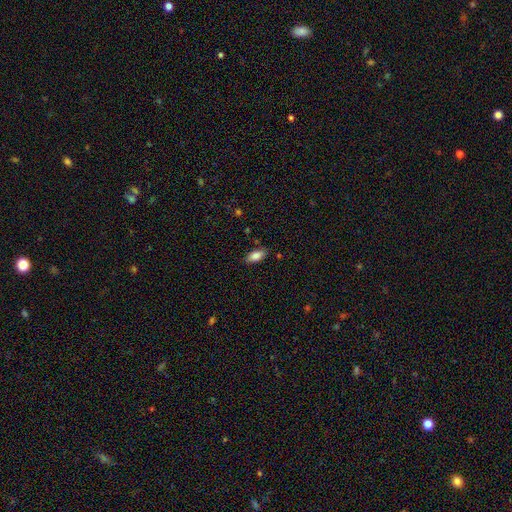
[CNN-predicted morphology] Smooth or featured? smooth (85%)
How rounded? in between (89%)
Merging? none (83%)